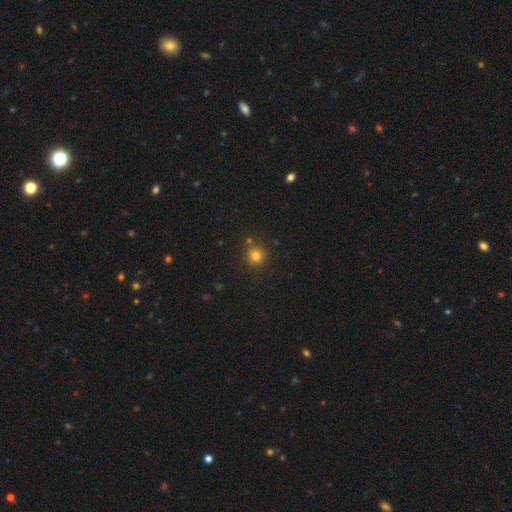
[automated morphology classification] smooth 79%, star or artifact 15%, featured or disk 6%. Down the decision tree: how rounded — round (93%); merging — none (81%).